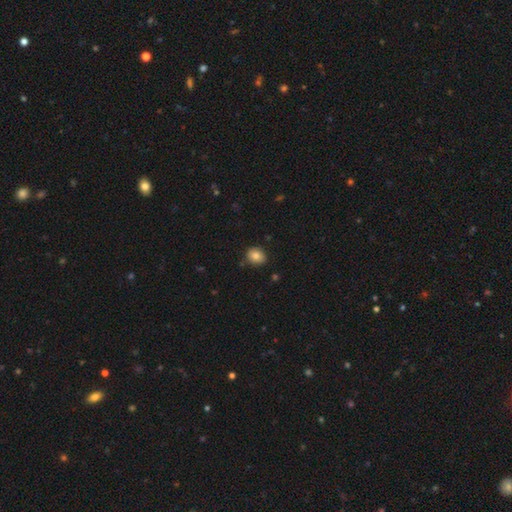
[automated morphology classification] A smooth galaxy with no disk features (83%) that is round (56%).

Vote fractions:
- Smooth or featured? smooth: 83% / star or artifact: 9% / featured or disk: 8%
- How rounded? round: 56% / in between: 43% / cigar-shaped: 1%
- Merging? none: 83% / minor disturbance: 13% / major disturbance: 2% / merger: 2%